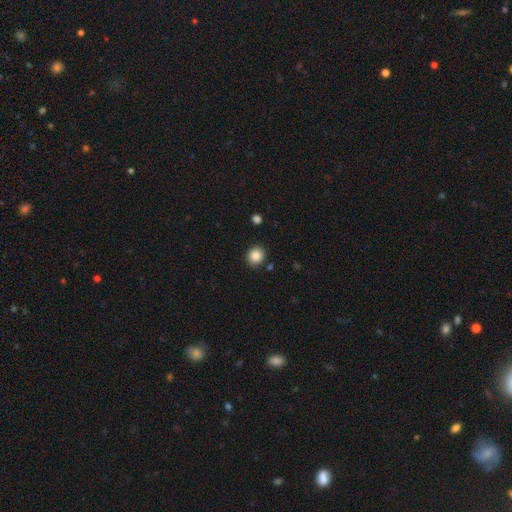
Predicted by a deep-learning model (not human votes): This is clearly a smooth galaxy (86%). How rounded: clearly round (85%). Merging: clearly none (88%).